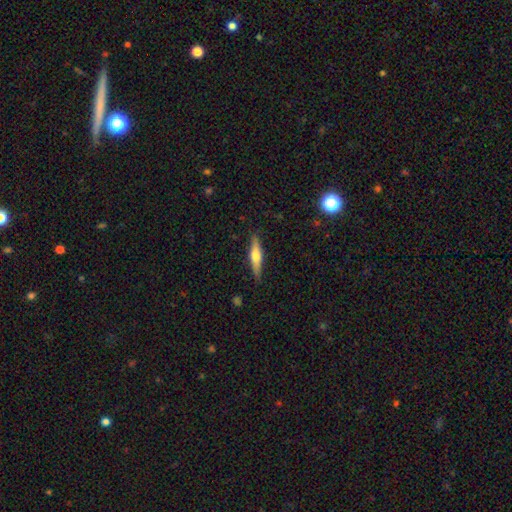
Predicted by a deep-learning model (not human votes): Morphology: type=featured or disk (55%); edge-on=yes (96%); edge-on bulge=rounded (90%); merging=none (87%).